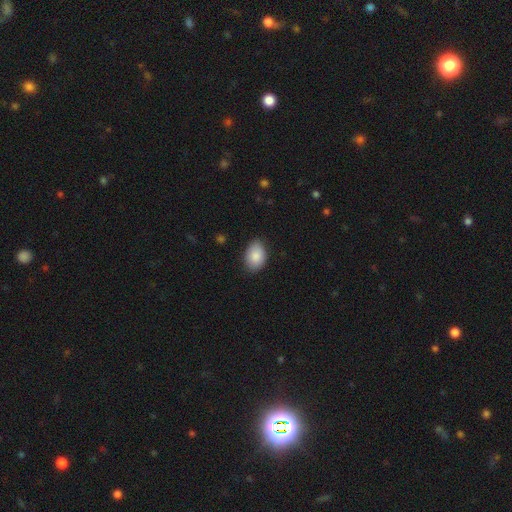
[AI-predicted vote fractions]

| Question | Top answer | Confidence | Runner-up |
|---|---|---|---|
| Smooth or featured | smooth | 88% | star or artifact (6%) |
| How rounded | in between | 86% | round (13%) |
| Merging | none | 82% | minor disturbance (15%) |